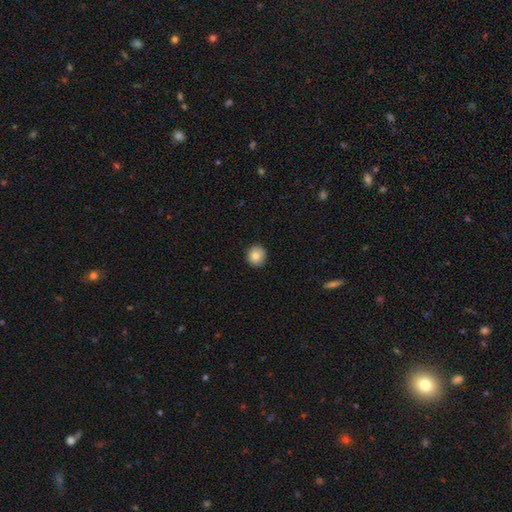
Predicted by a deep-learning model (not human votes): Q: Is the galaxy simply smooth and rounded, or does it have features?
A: smooth — 84%.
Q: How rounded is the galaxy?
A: round — 88%.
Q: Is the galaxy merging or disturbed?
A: none — 89%.